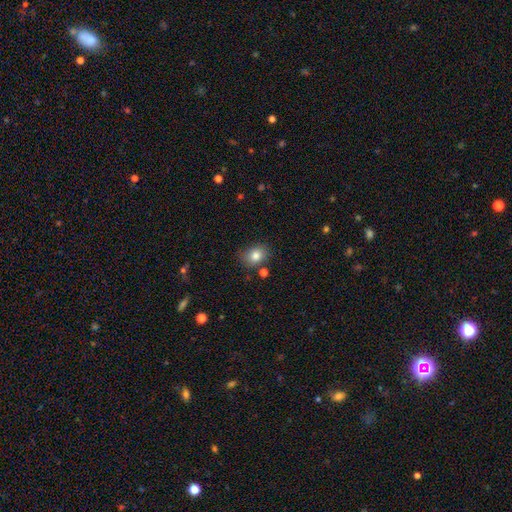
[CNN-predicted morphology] A smooth galaxy with no disk features (82%) that is in between round and cigar-shaped (59%). Merging: none (76%).